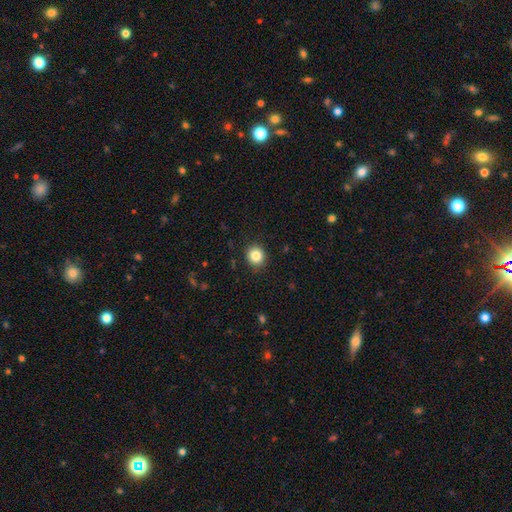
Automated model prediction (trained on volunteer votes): Morphology: type=smooth (84%); roundness=round (89%); merging=none (90%).